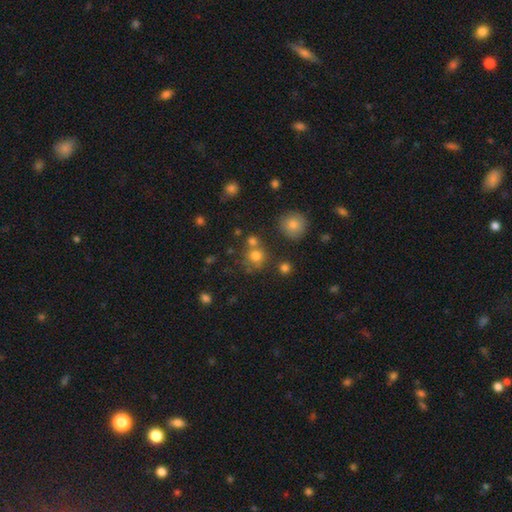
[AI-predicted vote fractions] This appears to be a smooth galaxy with no disk features (74%) that is round (87%). Merging: none (62%).